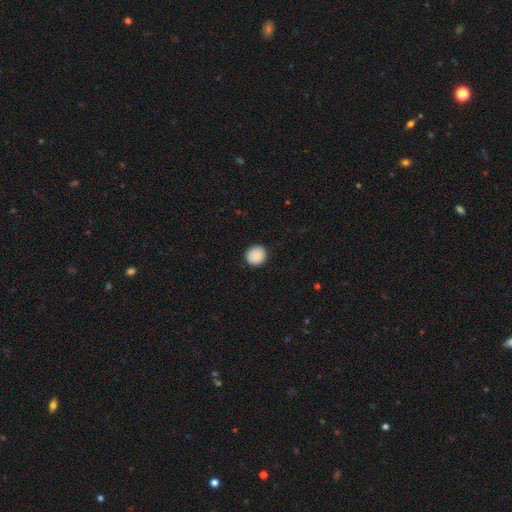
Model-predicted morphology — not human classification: Q: Smooth or featured?
A: smooth (89%); runner-up: star or artifact (7%)
Q: How rounded?
A: round (84%); runner-up: in between (15%)
Q: Merging?
A: none (91%); runner-up: minor disturbance (6%)